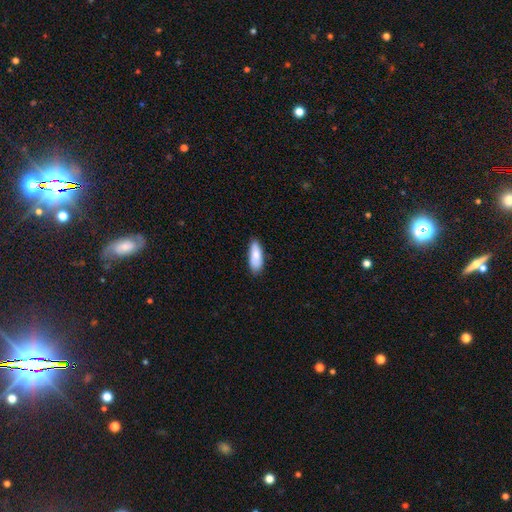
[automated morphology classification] This appears to be a smooth galaxy with no disk features (83%) that is in between round and cigar-shaped (72%). Merging: none (80%).